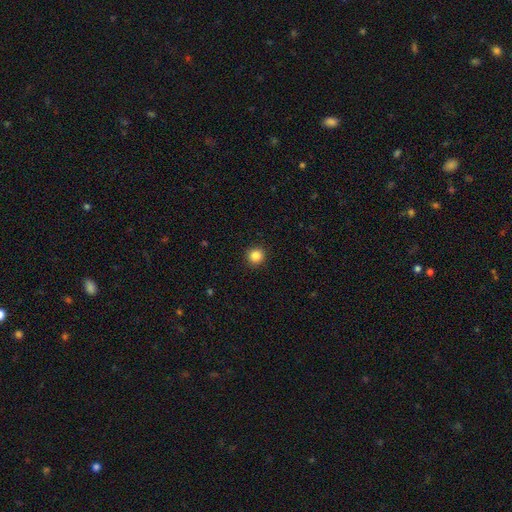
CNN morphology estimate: Smooth or featured? Predicted: smooth (p=0.85). How rounded? Predicted: round (p=0.94). Merging? Predicted: none (p=0.93).